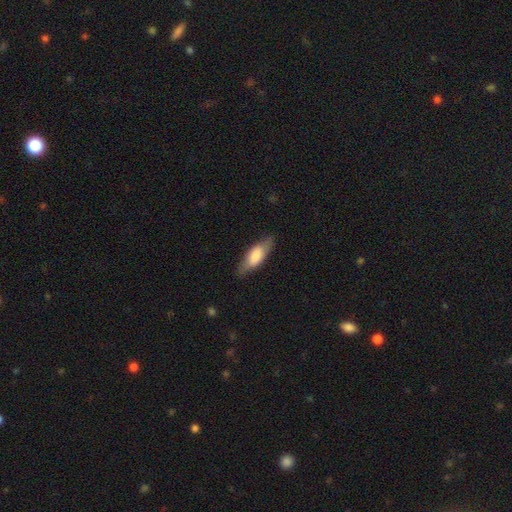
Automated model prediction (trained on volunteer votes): The model was most divided on "how rounded": in between: 64%, cigar-shaped: 34%, round: 2%. More confident: merging — none (79%); smooth or featured — smooth (72%).